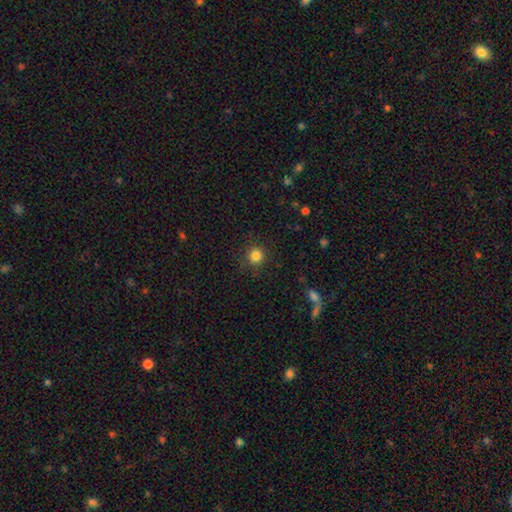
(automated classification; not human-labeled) Smooth or featured? smooth (83%)
How rounded? round (92%)
Merging? none (87%)